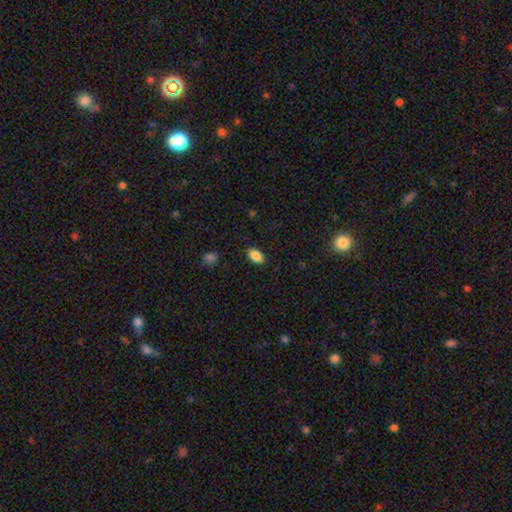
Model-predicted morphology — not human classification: This is clearly a smooth galaxy (86%). How rounded: clearly in between (92%). Merging: clearly none (87%).